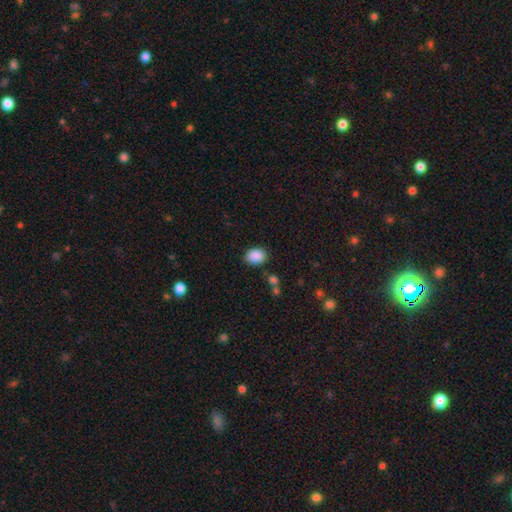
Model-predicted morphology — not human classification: Smooth or featured? smooth (88%)
How rounded? in between (67%)
Merging? none (83%)